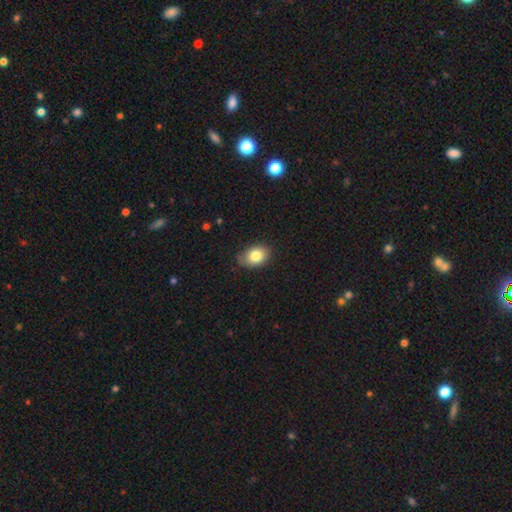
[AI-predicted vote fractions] smooth-or-featured: smooth: 82% | featured or disk: 10% | star or artifact: 8%
  how-rounded: in between: 76% | round: 22% | cigar-shaped: 1%
  merging: none: 73% | minor disturbance: 22% | major disturbance: 4% | merger: 1%